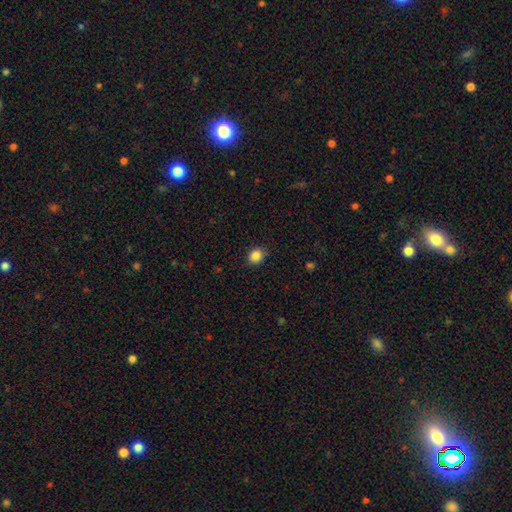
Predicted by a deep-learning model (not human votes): Smooth or featured?
  - smooth: 86% *
  - star or artifact: 10%
  - featured or disk: 4%
How rounded?
  - round: 77% *
  - in between: 22%
  - cigar-shaped: 1%
Merging?
  - none: 87% *
  - minor disturbance: 10%
  - major disturbance: 2%
  - merger: 1%